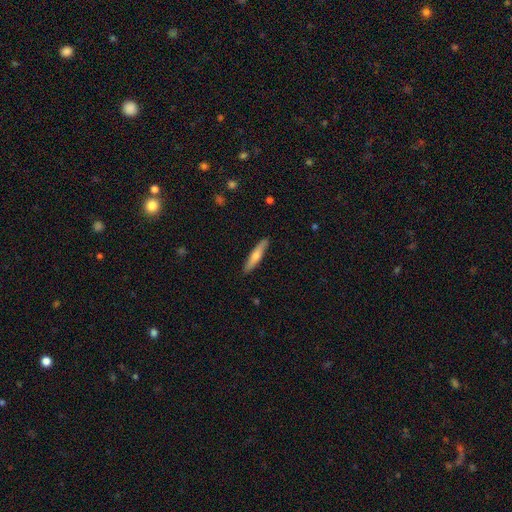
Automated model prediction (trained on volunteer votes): This is possibly a smooth galaxy (53%). How rounded: clearly cigar-shaped (89%). Merging: clearly none (90%).